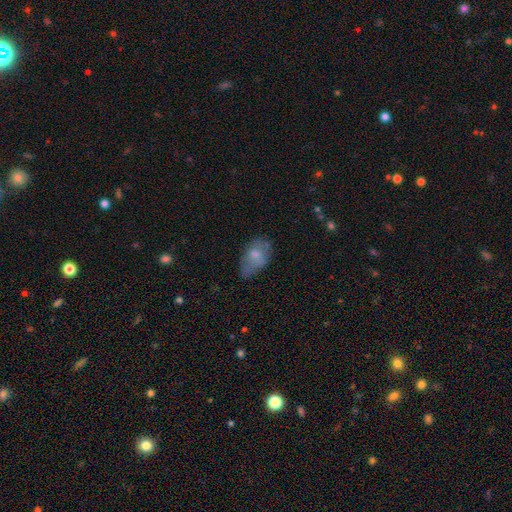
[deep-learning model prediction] Q: Smooth or featured?
A: smooth (65%); runner-up: featured or disk (27%)
Q: How rounded?
A: in between (90%); runner-up: round (8%)
Q: Merging?
A: none (43%); runner-up: minor disturbance (36%)